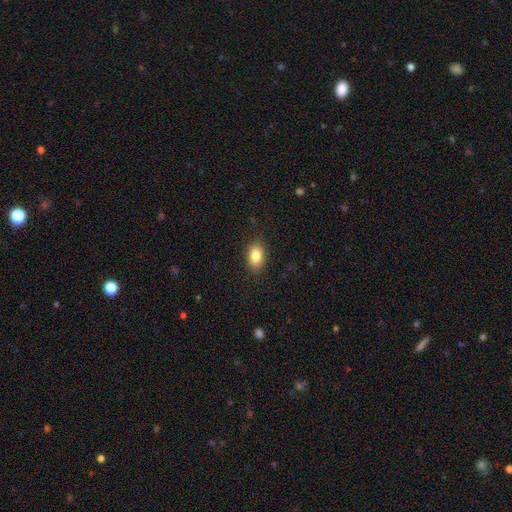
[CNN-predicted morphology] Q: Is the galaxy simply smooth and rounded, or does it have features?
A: smooth — 85%.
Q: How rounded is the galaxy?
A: in between — 88%.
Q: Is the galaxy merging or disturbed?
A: none — 88%.